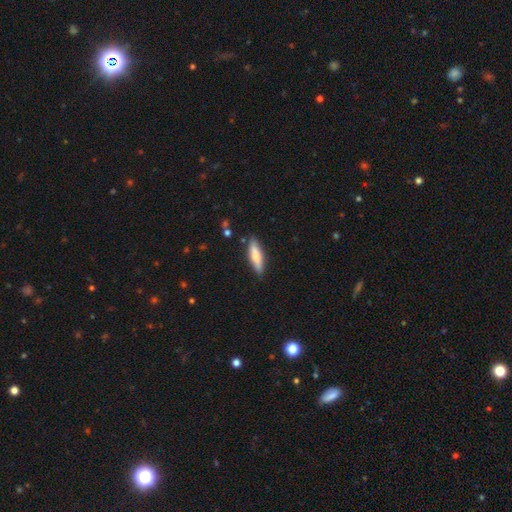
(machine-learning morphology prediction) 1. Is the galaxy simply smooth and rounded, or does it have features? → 68% smooth, 26% featured or disk, 6% star or artifact.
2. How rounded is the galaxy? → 70% cigar-shaped, 28% in between, 2% round.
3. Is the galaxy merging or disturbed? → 86% none, 10% minor disturbance, 2% major disturbance, 2% merger.